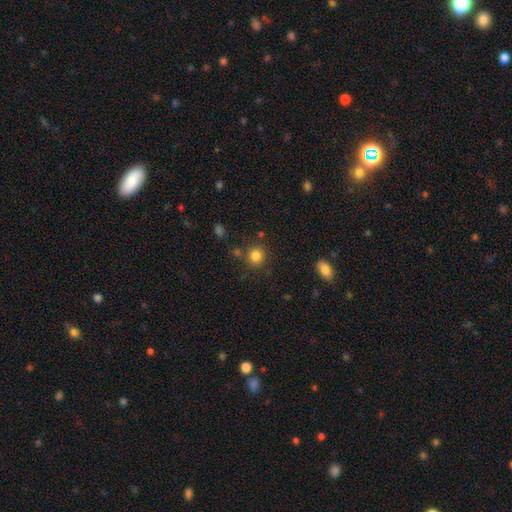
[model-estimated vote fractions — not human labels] smooth 83%, star or artifact 12%, featured or disk 5%. Down the decision tree: how rounded — round (87%); merging — none (81%).